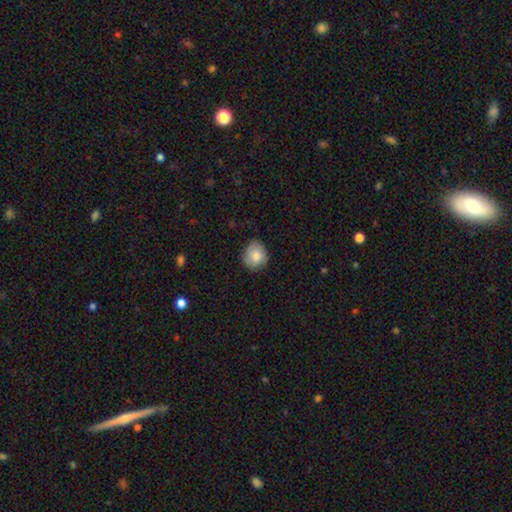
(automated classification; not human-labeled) smooth-or-featured: smooth: 81% | featured or disk: 12% | star or artifact: 7%
  how-rounded: round: 72% | in between: 27% | cigar-shaped: 1%
  merging: none: 76% | minor disturbance: 19% | major disturbance: 3% | merger: 1%